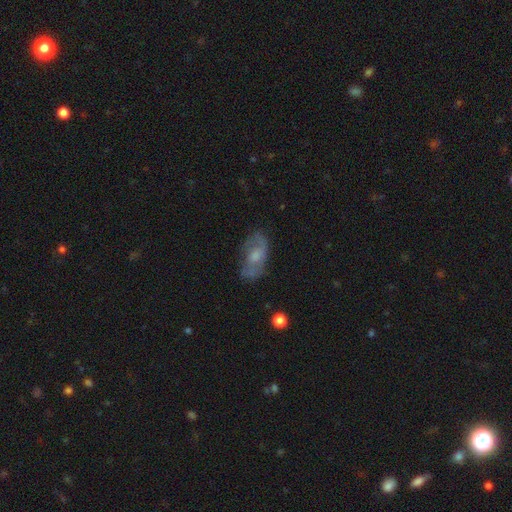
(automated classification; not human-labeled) smooth_or_featured: featured or disk (p=0.56) [alt: smooth p=0.35]
disk_edge_on: no (p=0.92) [alt: yes p=0.08]
bar: no (p=0.62) [alt: weak p=0.32]
has_spiral_arms: yes (p=0.68) [alt: no p=0.32]
bulge_size: moderate (p=0.47) [alt: small p=0.27]
merging: none (p=0.64) [alt: minor disturbance p=0.22]